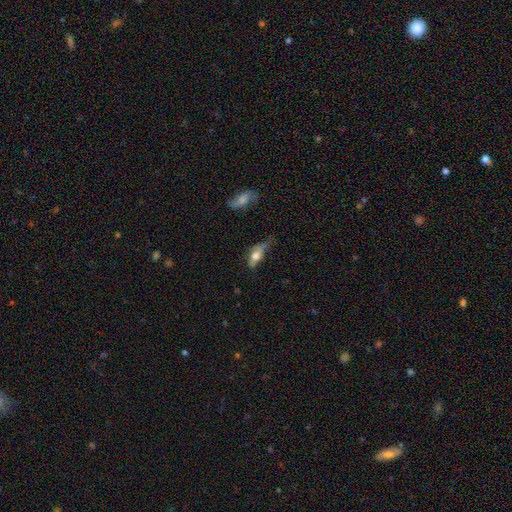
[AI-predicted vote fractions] Overall: smooth (55%; featured or disk 36%). How rounded: in between (69%). Merging: none (35%; minor disturbance 33%).